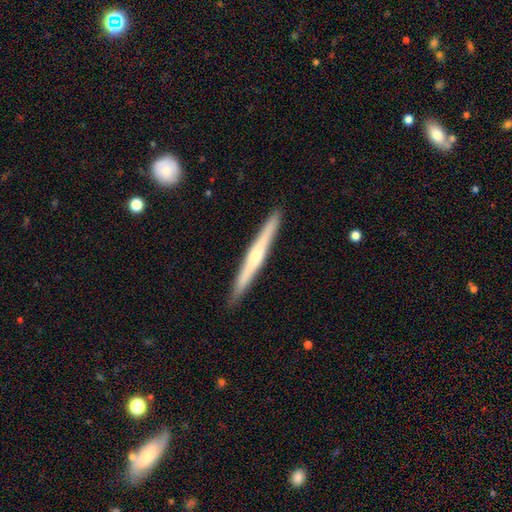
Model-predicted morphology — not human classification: This appears to be a featured or disk galaxy (66%) viewed edge-on (97%) with a rounded central bulge (66%). Merging: none (92%).